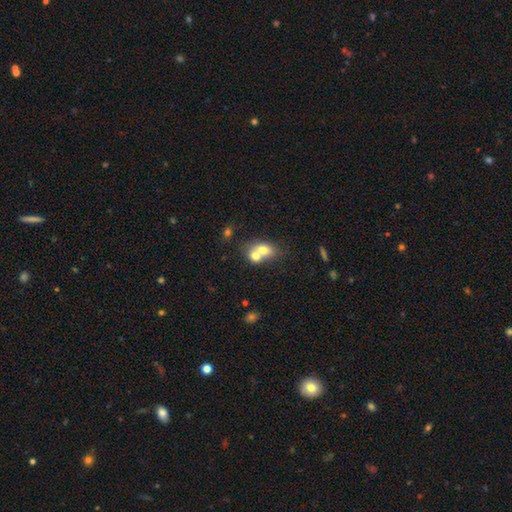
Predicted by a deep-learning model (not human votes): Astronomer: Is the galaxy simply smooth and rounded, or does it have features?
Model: smooth — 69%.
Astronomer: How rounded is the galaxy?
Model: in between — 56% (runner-up: round, 43%).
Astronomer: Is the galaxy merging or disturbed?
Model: merger — 70%.